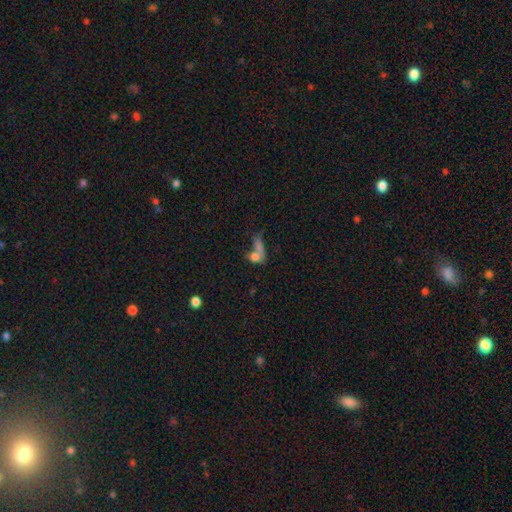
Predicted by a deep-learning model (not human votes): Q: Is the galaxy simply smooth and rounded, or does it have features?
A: smooth — 72%.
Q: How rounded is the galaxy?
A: in between — 67%.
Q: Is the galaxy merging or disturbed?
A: merger — 53%.